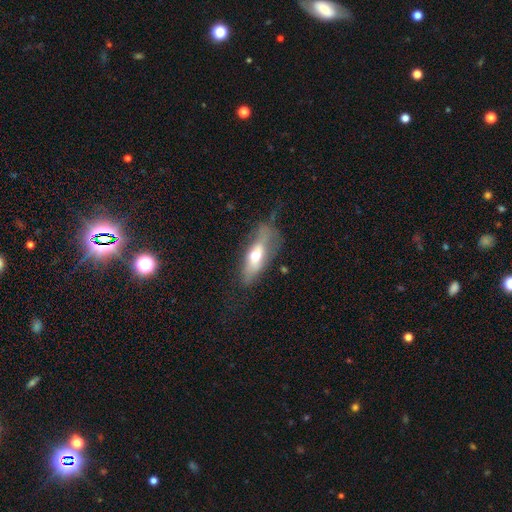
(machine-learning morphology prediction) Smooth or featured? Predicted: smooth (p=0.54). How rounded? Predicted: in between (p=0.64). Merging? Predicted: none (p=0.44).